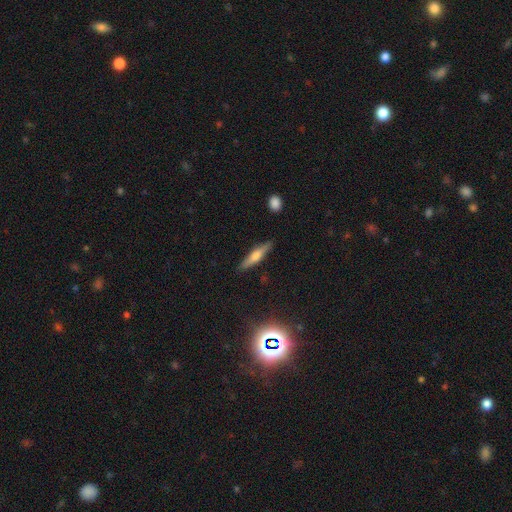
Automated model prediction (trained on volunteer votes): Smooth or featured? Predicted: smooth (p=0.48). Merging? Predicted: none (p=0.87).